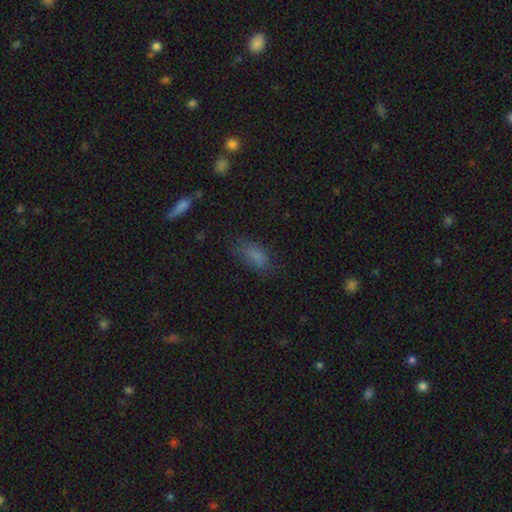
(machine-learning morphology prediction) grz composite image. It shows a smooth galaxy with no disk features (76%) that is in between round and cigar-shaped (84%). Merging: none (58%).